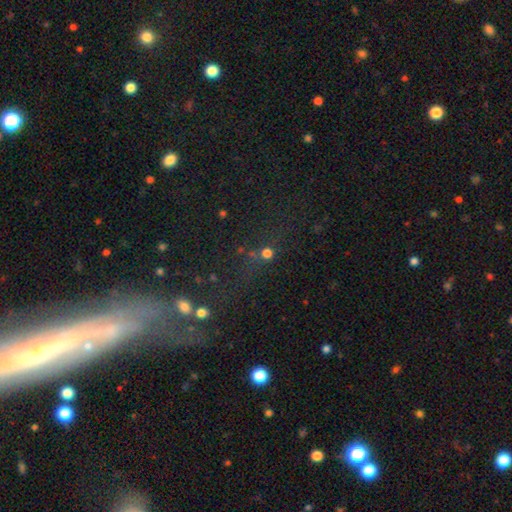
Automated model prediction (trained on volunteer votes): Morphology: type=star or artifact (40%).